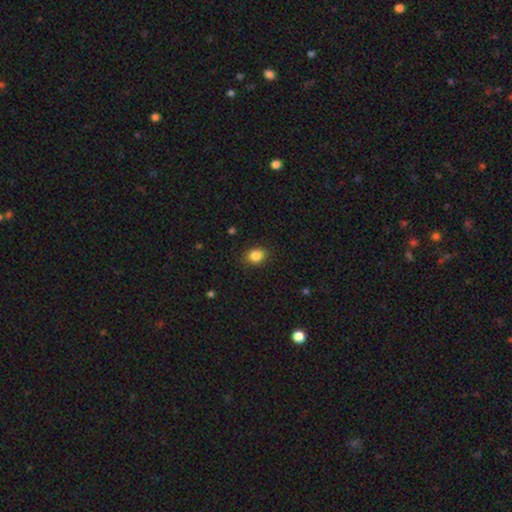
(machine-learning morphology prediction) smooth 86%, star or artifact 10%, featured or disk 4%. Down the decision tree: how rounded — round (52%); merging — none (87%).